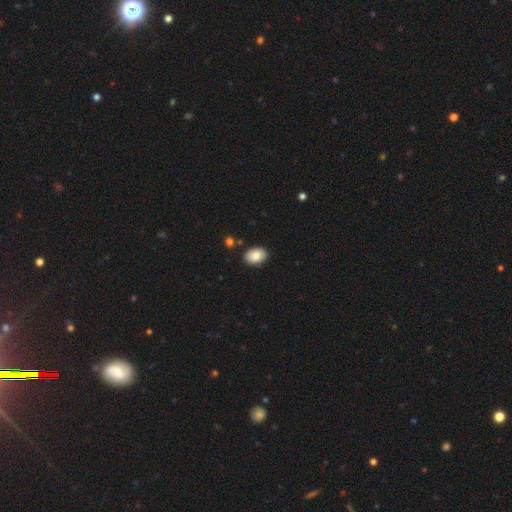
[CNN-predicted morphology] The model was most divided on "how rounded": in between: 85%, round: 14%, cigar-shaped: 1%. More confident: merging — none (87%); smooth or featured — smooth (83%).